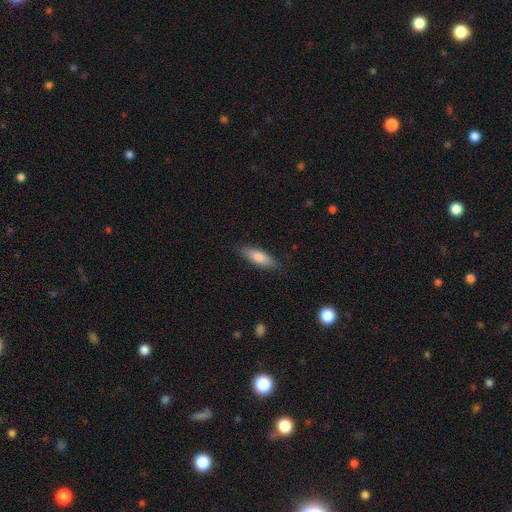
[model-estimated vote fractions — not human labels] This appears to be a smooth galaxy with no disk features (76%) that is cigar-shaped (52%). Merging: none (86%).